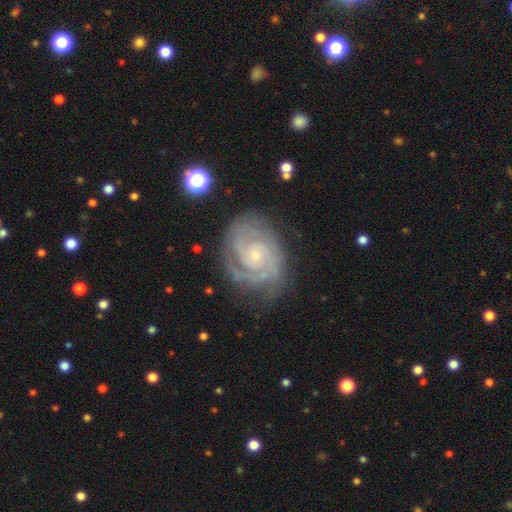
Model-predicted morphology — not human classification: smooth_or_featured: featured or disk (p=0.90) [alt: star or artifact p=0.05]
disk_edge_on: no (p=0.98) [alt: yes p=0.02]
bar: no (p=0.71) [alt: weak p=0.23]
has_spiral_arms: yes (p=0.98) [alt: no p=0.02]
spiral_winding: tight (p=0.72) [alt: medium p=0.25]
spiral_arm_count: 2 (p=0.55) [alt: 3 p=0.20]
bulge_size: small (p=0.80) [alt: moderate p=0.15]
merging: none (p=0.73) [alt: minor disturbance p=0.18]